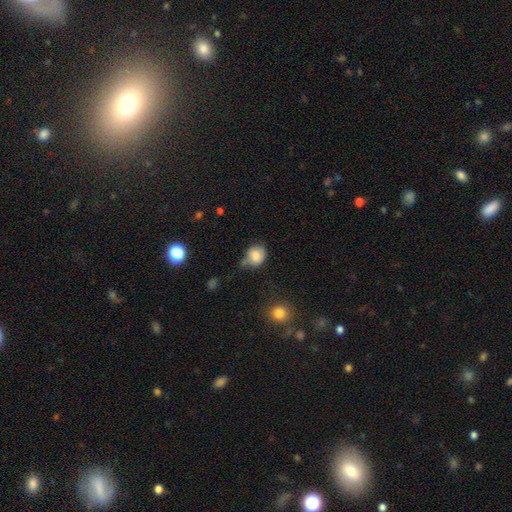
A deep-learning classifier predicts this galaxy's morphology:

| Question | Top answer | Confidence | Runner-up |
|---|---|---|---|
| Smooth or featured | smooth | 80% | featured or disk (11%) |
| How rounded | round | 66% | in between (33%) |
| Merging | none | 45% | minor disturbance (35%) |